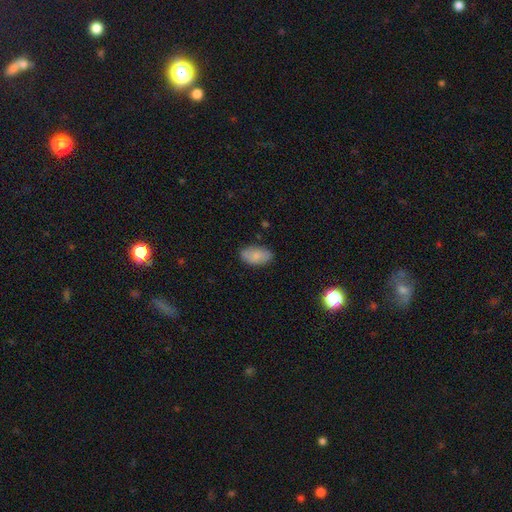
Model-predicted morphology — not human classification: This is likely a smooth galaxy (78%). How rounded: clearly in between (94%). Merging: clearly none (80%).